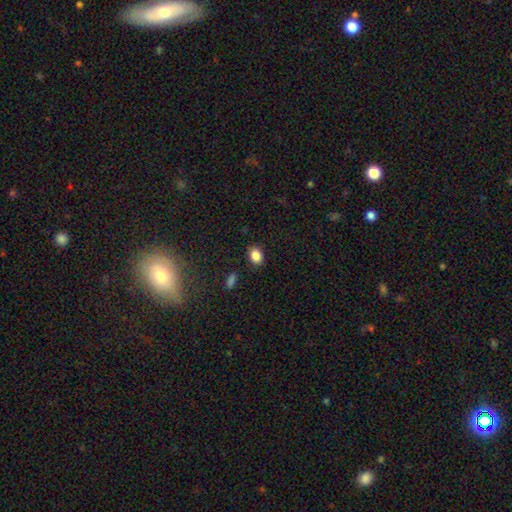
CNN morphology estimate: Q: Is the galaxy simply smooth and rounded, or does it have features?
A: smooth — 86%.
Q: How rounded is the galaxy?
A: in between — 67%.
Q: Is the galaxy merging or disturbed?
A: none — 87%.